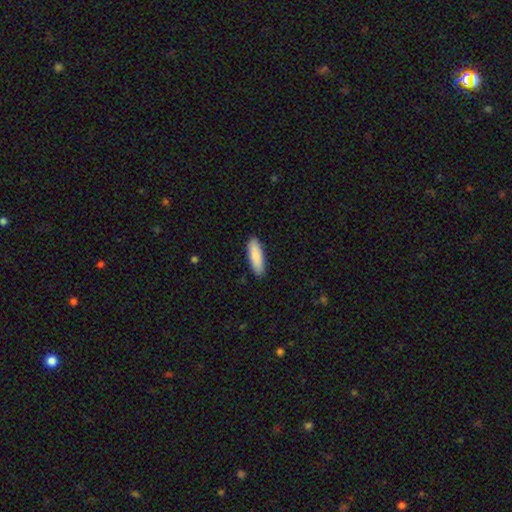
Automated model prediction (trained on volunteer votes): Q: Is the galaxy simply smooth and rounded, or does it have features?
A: smooth — 88%.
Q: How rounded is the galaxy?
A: cigar-shaped — 51%.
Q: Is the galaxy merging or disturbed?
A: none — 90%.